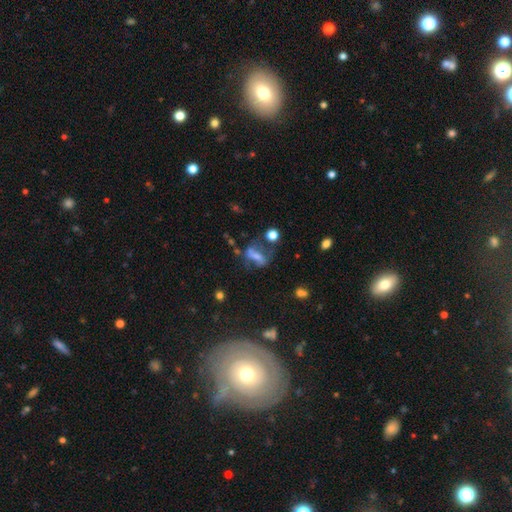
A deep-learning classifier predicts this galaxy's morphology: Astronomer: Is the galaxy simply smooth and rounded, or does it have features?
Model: smooth — 44% (runner-up: featured or disk, 39%).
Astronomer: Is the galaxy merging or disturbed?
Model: none — 35% (runner-up: major disturbance, 31%).